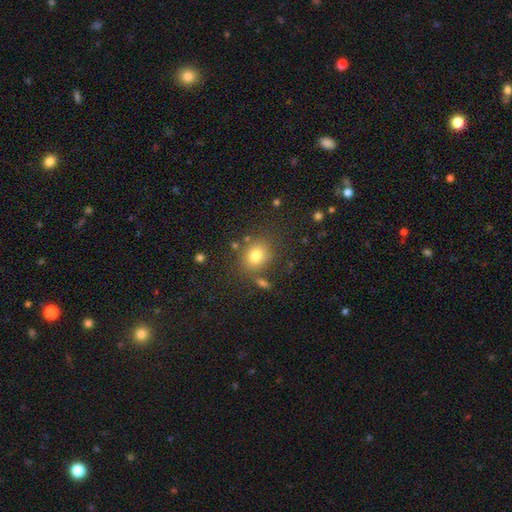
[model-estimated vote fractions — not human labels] Smooth or featured: smooth — 77% (star or artifact — 13%)
How rounded: round — 57% (in between — 42%)
Merging: none — 76% (minor disturbance — 12%)